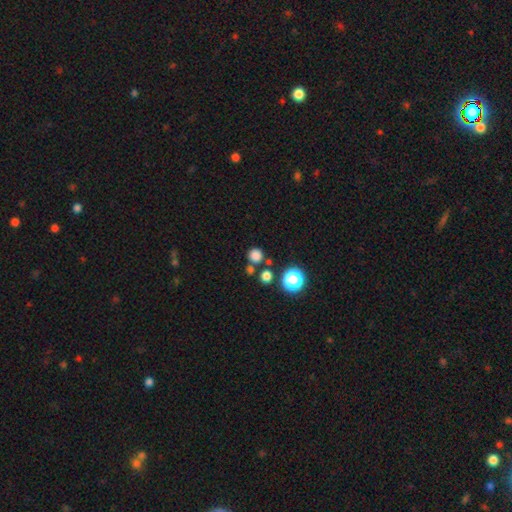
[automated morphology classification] smooth-or-featured: smooth: 78% | star or artifact: 17% | featured or disk: 5%
  how-rounded: round: 92% | in between: 7% | cigar-shaped: 1%
  merging: none: 74% | merger: 15% | minor disturbance: 8% | major disturbance: 3%